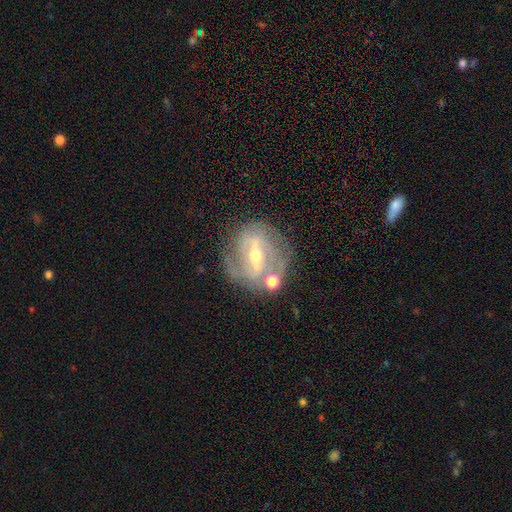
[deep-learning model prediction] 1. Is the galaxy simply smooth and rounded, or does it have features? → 85% featured or disk, 8% smooth, 7% star or artifact.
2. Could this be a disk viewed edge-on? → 95% no, 5% yes.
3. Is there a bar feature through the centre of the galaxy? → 56% strong, 33% weak, 12% no.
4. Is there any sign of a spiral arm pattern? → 90% yes, 10% no.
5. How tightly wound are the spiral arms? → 46% tight, 40% medium, 14% loose.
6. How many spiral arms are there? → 53% 2, 19% can't tell, 17% 3, 4% 4, 4% 1, 3% more than 4.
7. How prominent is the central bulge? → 50% moderate, 47% small, 1% large, 1% none, 1% dominant.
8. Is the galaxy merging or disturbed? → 68% none, 16% minor disturbance, 9% merger, 7% major disturbance.